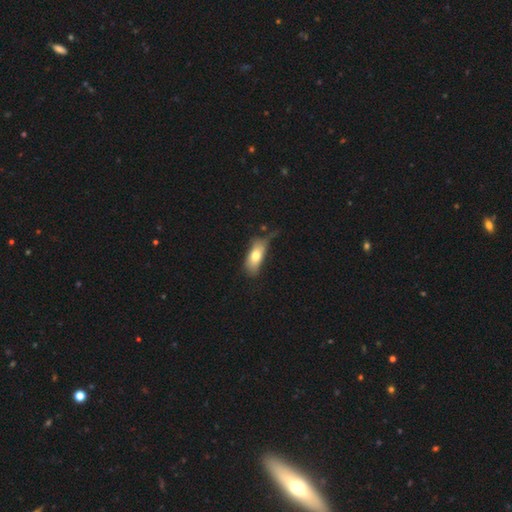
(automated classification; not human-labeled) Smooth or featured? Predicted: smooth (p=0.72). How rounded? Predicted: in between (p=0.84). Merging? Predicted: none (p=0.41).